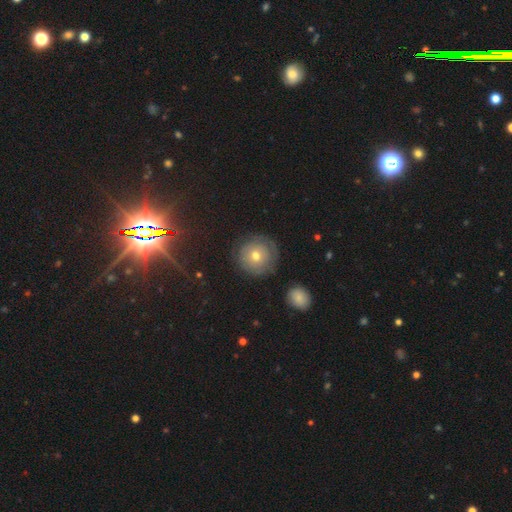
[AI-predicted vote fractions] A smooth galaxy with no disk features (55%) that is round (93%). Merging: none (78%).